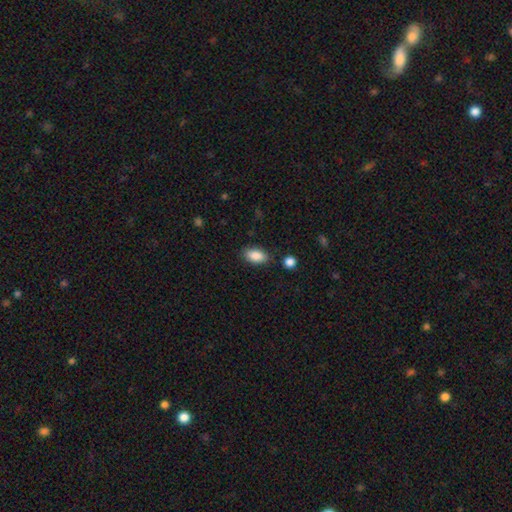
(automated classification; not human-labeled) smooth 87%, star or artifact 7%, featured or disk 6%. Down the decision tree: how rounded — in between (92%); merging — none (83%).